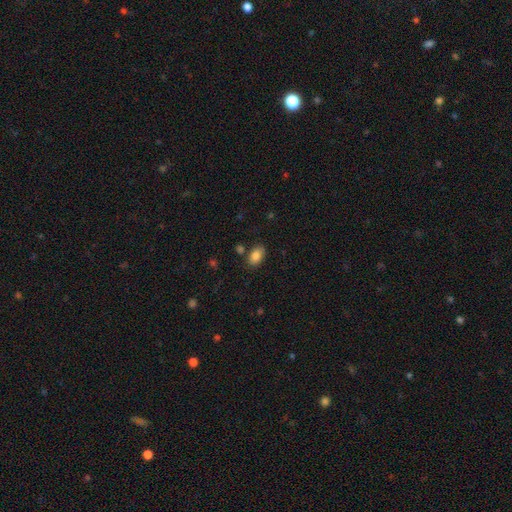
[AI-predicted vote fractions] A smooth galaxy with no disk features (86%) that is in between round and cigar-shaped (89%).

Vote fractions:
- Smooth or featured? smooth: 86% / star or artifact: 8% / featured or disk: 6%
- How rounded? in between: 89% / round: 10% / cigar-shaped: 1%
- Merging? none: 78% / minor disturbance: 13% / merger: 6% / major disturbance: 3%